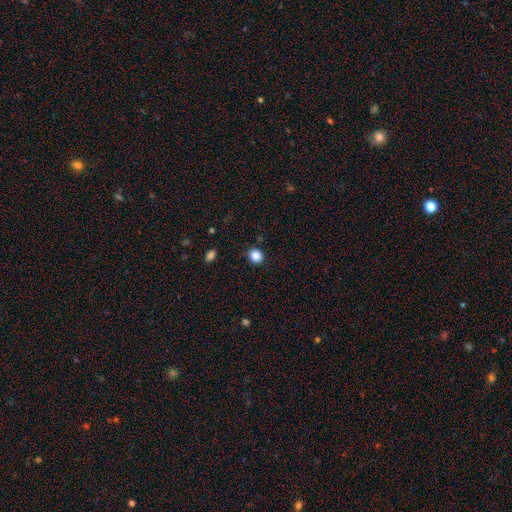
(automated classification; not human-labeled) A smooth galaxy with no disk features (87%) that is round (80%). Merging: none (88%).